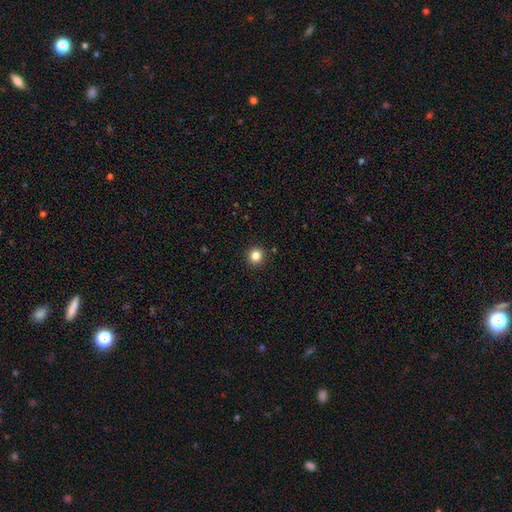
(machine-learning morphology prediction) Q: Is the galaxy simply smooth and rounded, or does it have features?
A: smooth — 83%.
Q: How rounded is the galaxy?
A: round — 93%.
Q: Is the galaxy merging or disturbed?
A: none — 92%.